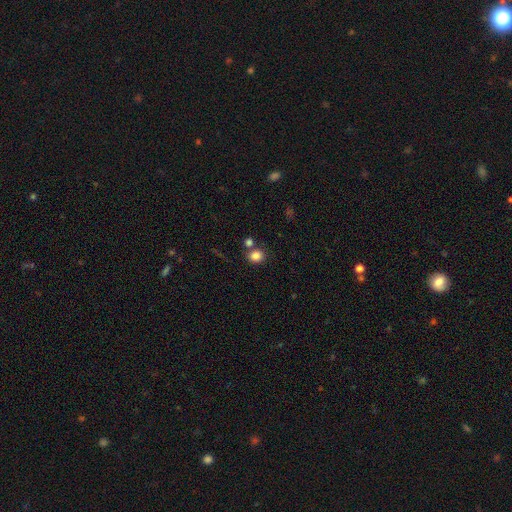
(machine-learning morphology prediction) Q: Smooth or featured?
A: smooth (84%); runner-up: star or artifact (11%)
Q: How rounded?
A: round (73%); runner-up: in between (26%)
Q: Merging?
A: none (69%); runner-up: merger (17%)